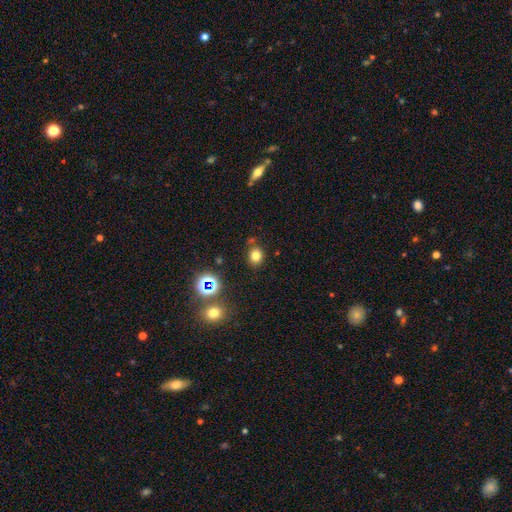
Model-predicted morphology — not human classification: type=smooth (75%); roundness=round (67%); merging=none (80%).